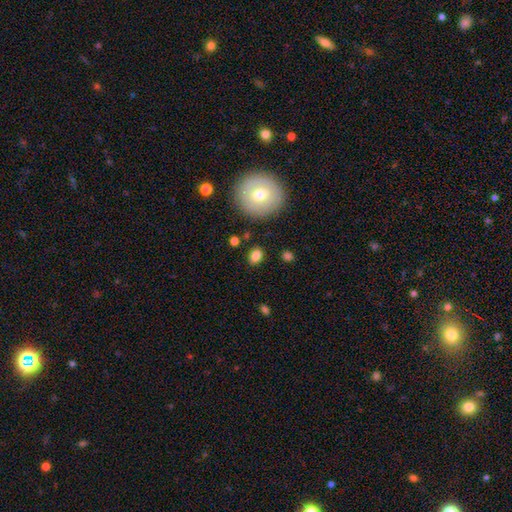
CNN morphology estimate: This appears to be a smooth galaxy with no disk features (83%) that is in between round and cigar-shaped (64%). Merging: none (83%).